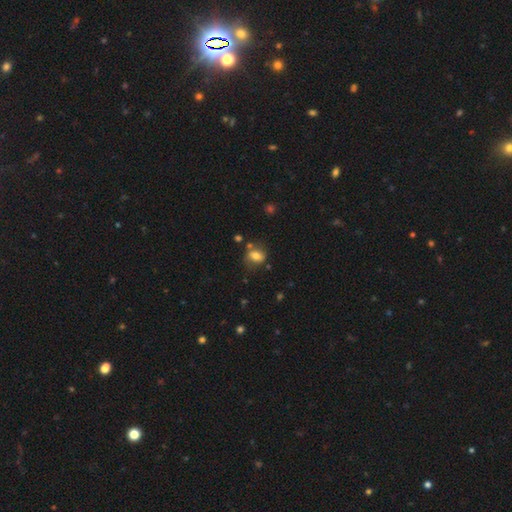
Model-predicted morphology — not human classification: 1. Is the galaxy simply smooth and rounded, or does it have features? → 74% smooth, 16% featured or disk, 10% star or artifact.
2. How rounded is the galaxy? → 59% in between, 39% round, 2% cigar-shaped.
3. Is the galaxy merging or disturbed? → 61% none, 21% minor disturbance, 9% merger, 8% major disturbance.